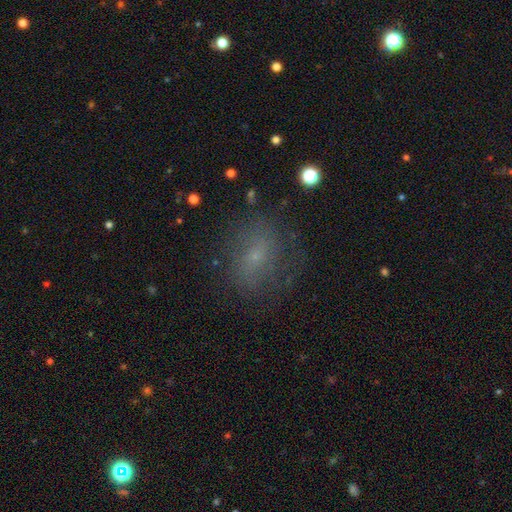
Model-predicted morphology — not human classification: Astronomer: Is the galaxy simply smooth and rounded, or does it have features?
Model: smooth — 51% (runner-up: featured or disk, 30%).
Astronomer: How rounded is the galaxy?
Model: in between — 57% (runner-up: round, 40%).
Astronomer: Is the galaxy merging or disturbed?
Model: none — 70%.